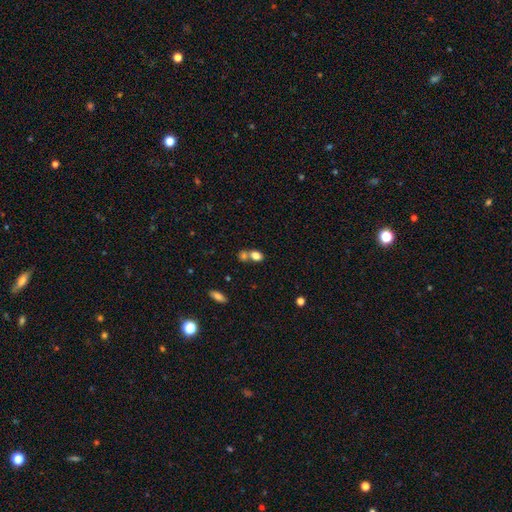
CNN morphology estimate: The model was most divided on "merging": merger: 50%, none: 38%, minor disturbance: 8%, major disturbance: 4%. More confident: smooth or featured — smooth (79%); how rounded — in between (61%).